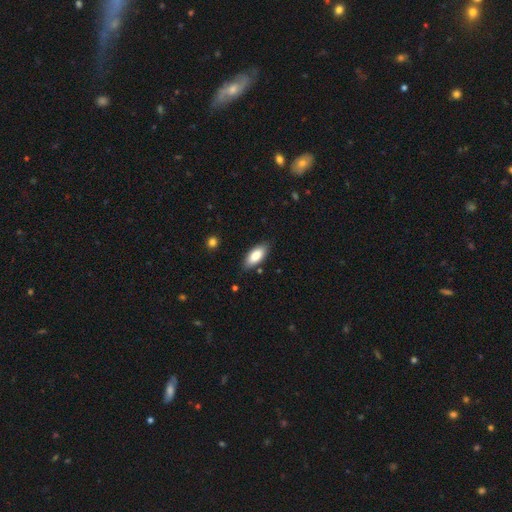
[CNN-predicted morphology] smooth 83%, featured or disk 10%, star or artifact 6%. Down the decision tree: how rounded — in between (85%); merging — none (84%).